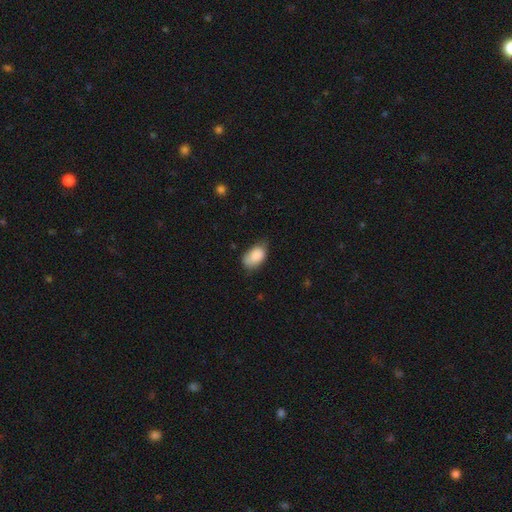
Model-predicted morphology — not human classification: Smooth or featured? Predicted: smooth (p=0.87). How rounded? Predicted: in between (p=0.92). Merging? Predicted: none (p=0.62).